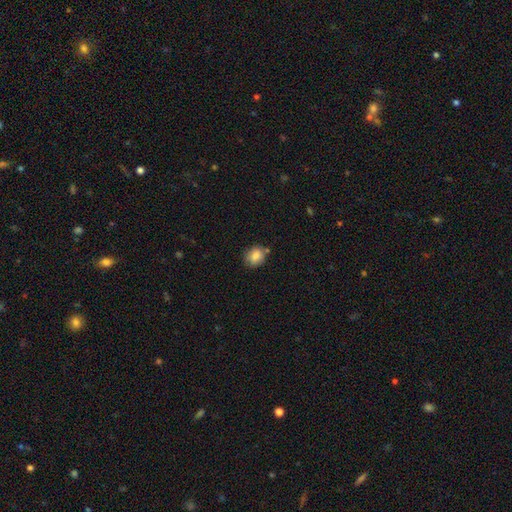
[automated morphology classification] Overall: smooth (83%). How rounded: round (62%; in between 37%). Merging: none (71%).